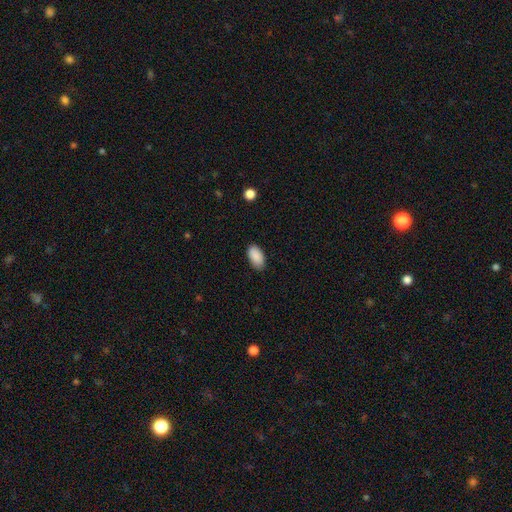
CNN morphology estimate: The model was most divided on "merging": none: 83%, minor disturbance: 13%, major disturbance: 2%, merger: 1%. More confident: how rounded — in between (95%); smooth or featured — smooth (90%).